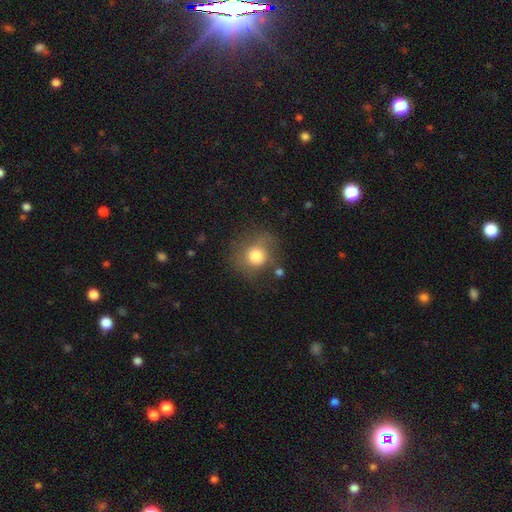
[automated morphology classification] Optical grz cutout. It shows a smooth galaxy with no disk features (76%) that is round (81%). Merging: none (61%).